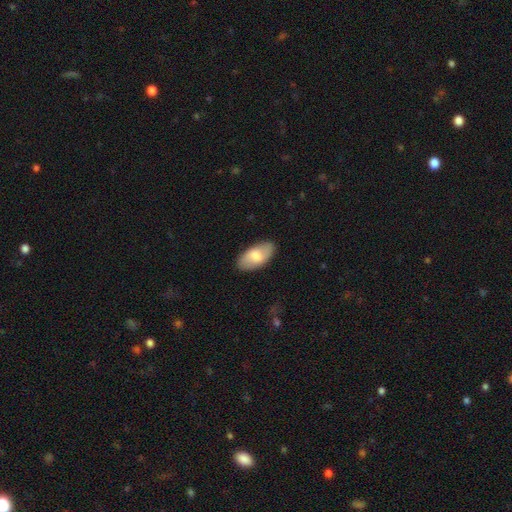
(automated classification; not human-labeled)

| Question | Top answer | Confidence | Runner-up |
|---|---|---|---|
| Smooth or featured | smooth | 68% | featured or disk (27%) |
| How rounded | in between | 94% | cigar-shaped (3%) |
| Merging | none | 87% | minor disturbance (10%) |